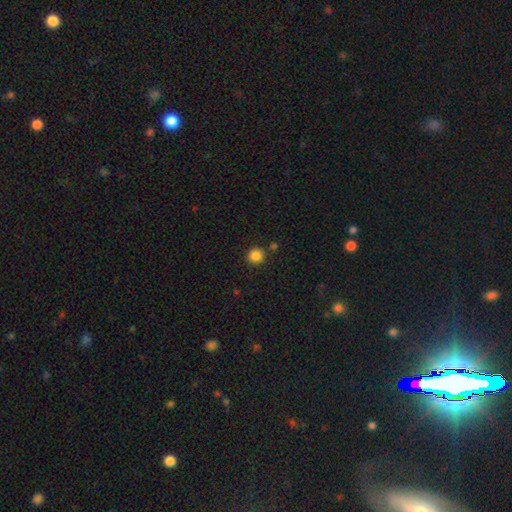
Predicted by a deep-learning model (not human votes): smooth-or-featured: smooth: 86% | star or artifact: 11% | featured or disk: 3%
  how-rounded: round: 93% | in between: 6% | cigar-shaped: 1%
  merging: none: 87% | minor disturbance: 6% | merger: 5% | major disturbance: 2%